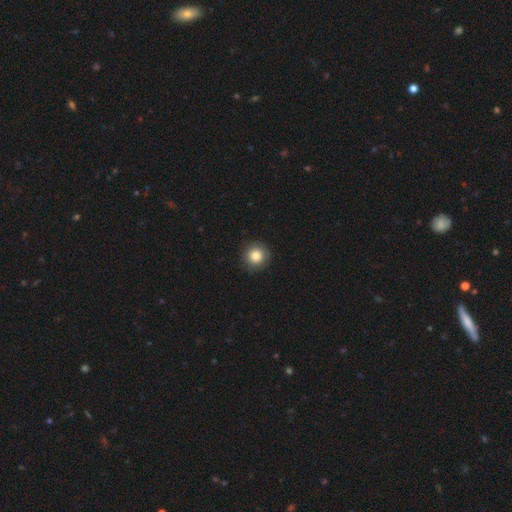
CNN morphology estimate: smooth_or_featured: smooth (p=0.84) [alt: star or artifact p=0.09]
how_rounded: round (p=0.95) [alt: in between p=0.04]
merging: none (p=0.90) [alt: minor disturbance p=0.07]